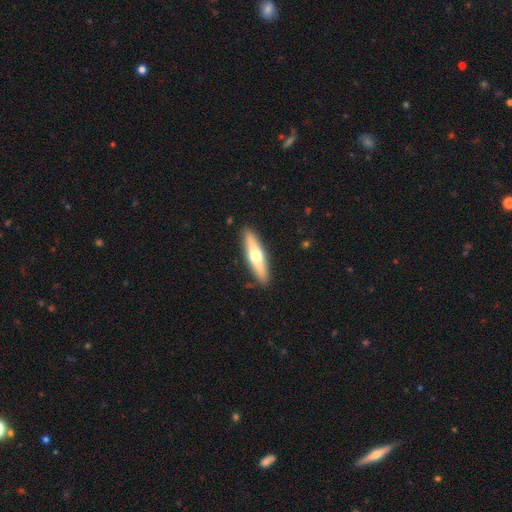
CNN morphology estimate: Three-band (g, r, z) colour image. It shows a smooth galaxy with no disk features (51%) that is cigar-shaped (74%). Merging: none (89%).